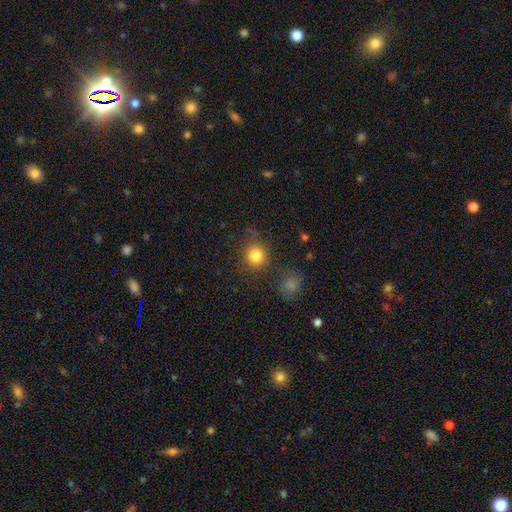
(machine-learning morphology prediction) Smooth or featured: smooth — 82% (star or artifact — 12%)
How rounded: round — 86% (in between — 13%)
Merging: none — 77% (minor disturbance — 13%)